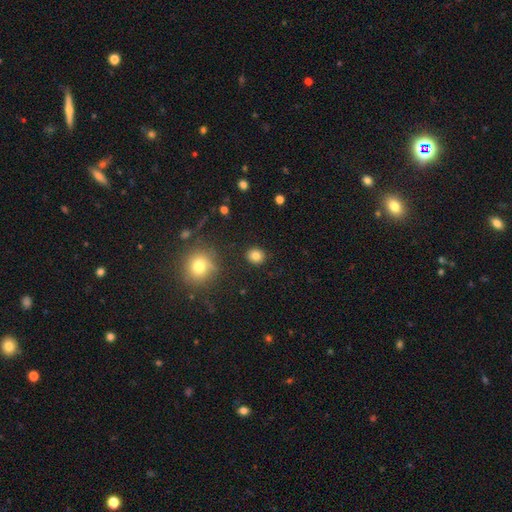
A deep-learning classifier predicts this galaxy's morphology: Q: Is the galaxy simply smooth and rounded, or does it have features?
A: smooth — 81%.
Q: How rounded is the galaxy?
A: round — 81%.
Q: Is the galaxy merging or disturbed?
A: none — 89%.